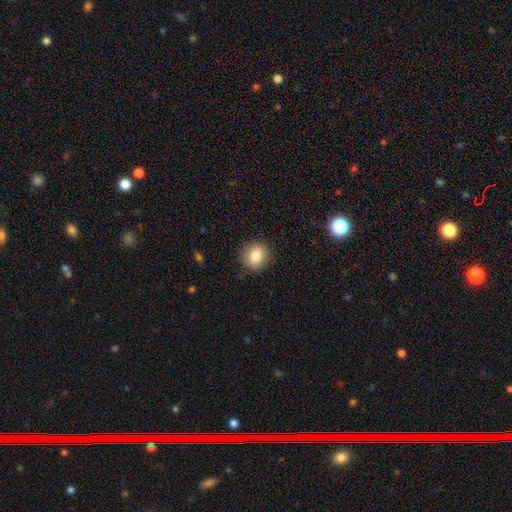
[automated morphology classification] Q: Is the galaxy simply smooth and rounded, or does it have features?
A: smooth — 84%.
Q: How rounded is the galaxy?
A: round — 74%.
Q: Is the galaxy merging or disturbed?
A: none — 88%.